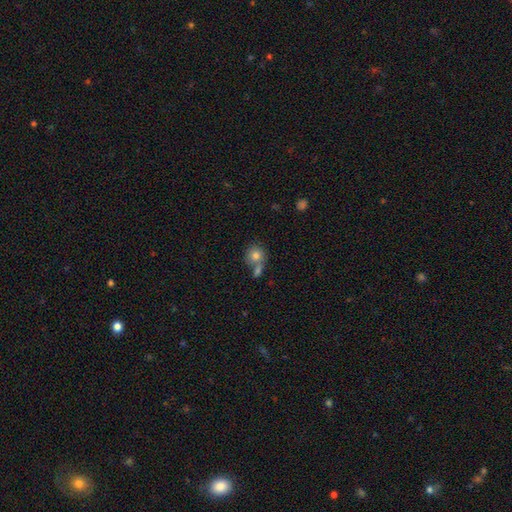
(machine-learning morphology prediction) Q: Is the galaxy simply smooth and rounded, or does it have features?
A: smooth — 78%.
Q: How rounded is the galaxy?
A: round — 85%.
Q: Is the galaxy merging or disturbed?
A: none — 47%.